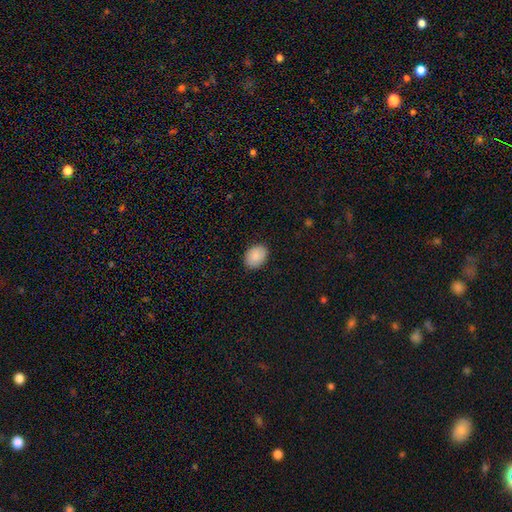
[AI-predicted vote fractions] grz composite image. It shows a smooth galaxy with no disk features (89%) that is in between round and cigar-shaped (74%). Merging: none (88%).